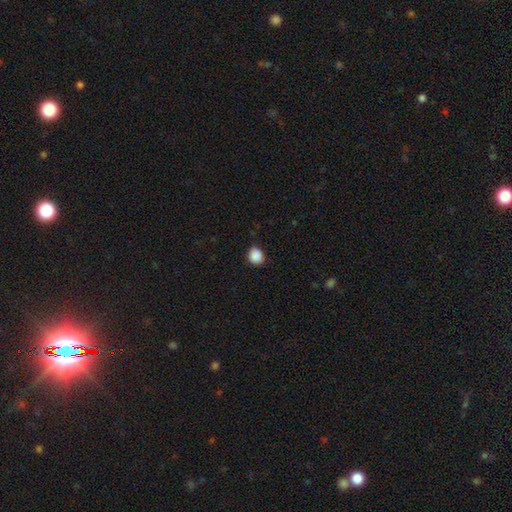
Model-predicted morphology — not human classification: A smooth galaxy with no disk features (88%) that is round (75%). Merging: none (87%).